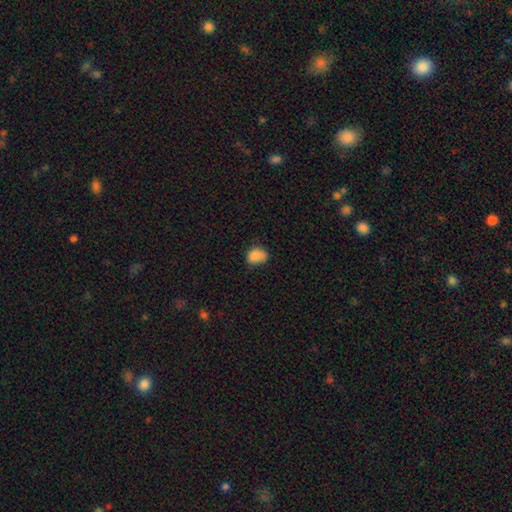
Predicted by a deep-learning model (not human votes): Smooth or featured: smooth — 83% (star or artifact — 10%)
How rounded: in between — 56% (round — 43%)
Merging: none — 46% (minor disturbance — 38%)